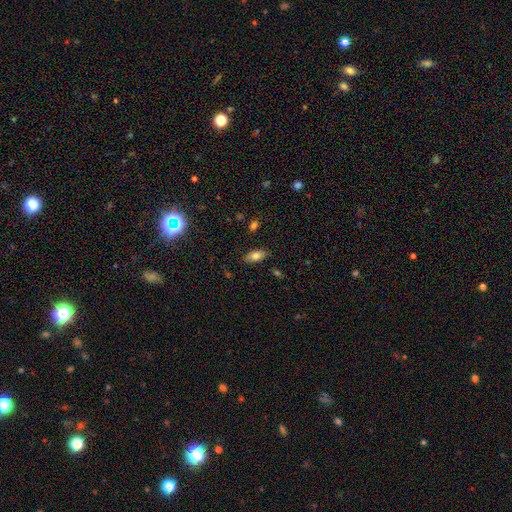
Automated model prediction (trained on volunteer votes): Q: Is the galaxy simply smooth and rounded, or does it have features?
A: smooth — 76%.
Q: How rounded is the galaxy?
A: in between — 87%.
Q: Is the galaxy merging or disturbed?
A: none — 84%.